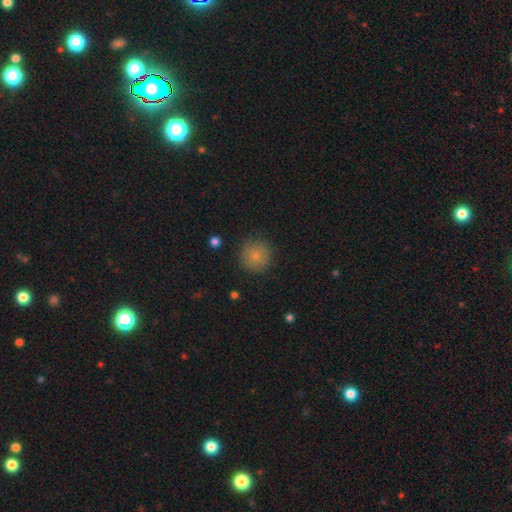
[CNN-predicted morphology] Smooth or featured? smooth (79%)
How rounded? round (93%)
Merging? none (83%)